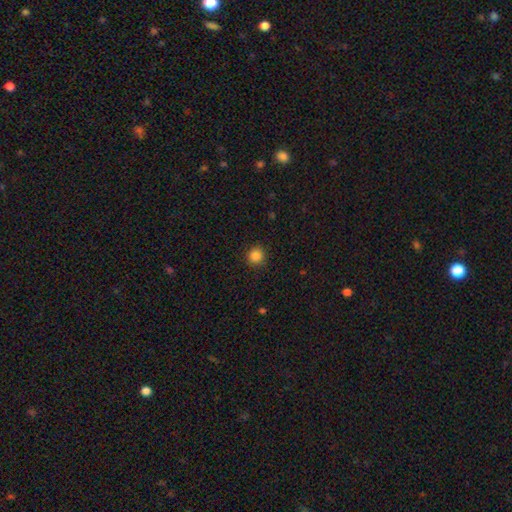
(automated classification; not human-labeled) smooth_or_featured: smooth (p=0.85) [alt: star or artifact p=0.12]
how_rounded: round (p=0.92) [alt: in between p=0.07]
merging: none (p=0.91) [alt: minor disturbance p=0.06]